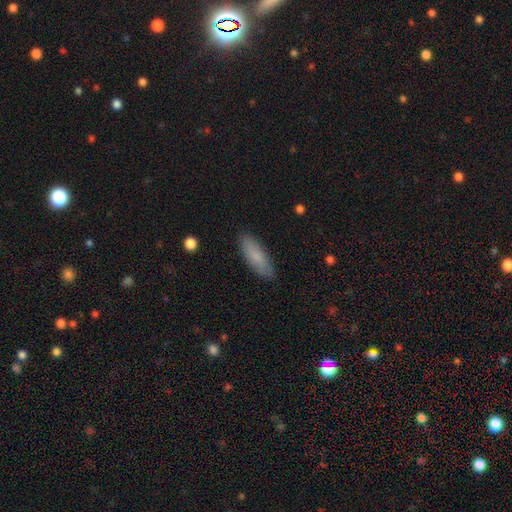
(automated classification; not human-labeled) smooth-or-featured: smooth: 83% | featured or disk: 11% | star or artifact: 6%
  how-rounded: in between: 56% | cigar-shaped: 43% | round: 2%
  merging: none: 87% | minor disturbance: 10% | major disturbance: 2% | merger: 1%